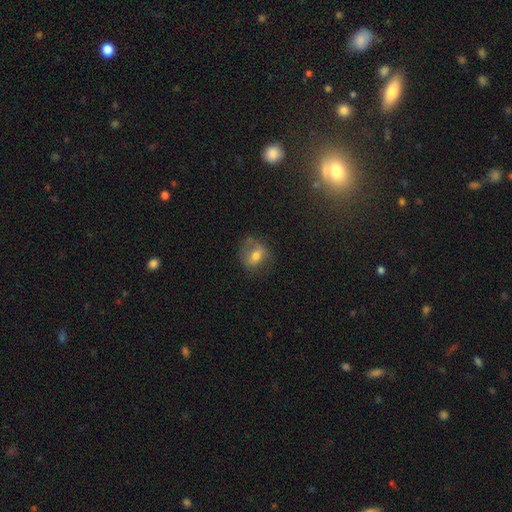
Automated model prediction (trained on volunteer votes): Smooth or featured? Predicted: smooth (p=0.56). How rounded? Predicted: in between (p=0.51). Merging? Predicted: none (p=0.54).